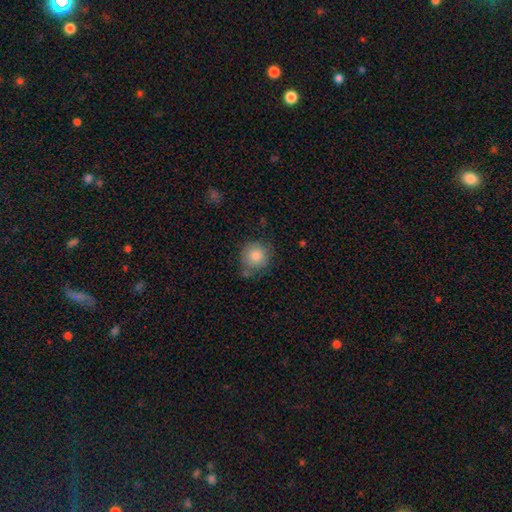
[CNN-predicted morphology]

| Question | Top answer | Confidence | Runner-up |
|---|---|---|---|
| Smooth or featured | smooth | 83% | star or artifact (9%) |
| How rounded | round | 89% | in between (10%) |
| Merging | none | 68% | minor disturbance (22%) |